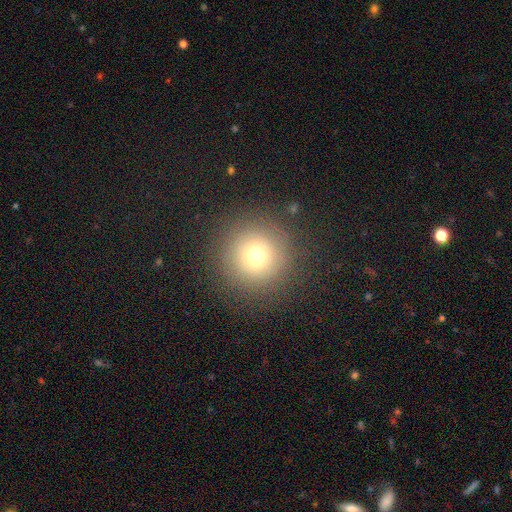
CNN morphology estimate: Smooth or featured?
  - smooth: 72% *
  - star or artifact: 16%
  - featured or disk: 12%
How rounded?
  - round: 96% *
  - in between: 3%
  - cigar-shaped: 1%
Merging?
  - none: 88% *
  - minor disturbance: 7%
  - major disturbance: 4%
  - merger: 1%